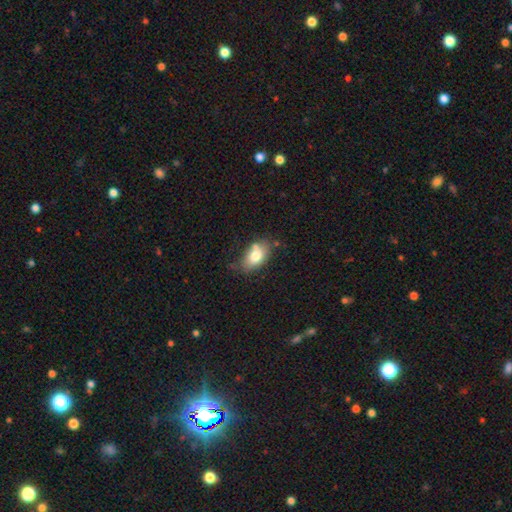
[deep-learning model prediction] smooth_or_featured: smooth (p=0.75) [alt: featured or disk p=0.17]
how_rounded: in between (p=0.89) [alt: round p=0.09]
merging: none (p=0.59) [alt: minor disturbance p=0.22]